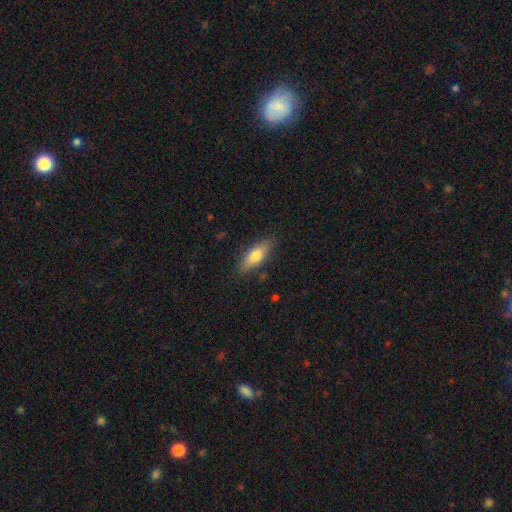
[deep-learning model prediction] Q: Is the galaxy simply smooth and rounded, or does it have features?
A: smooth — 71%.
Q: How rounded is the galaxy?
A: in between — 65%.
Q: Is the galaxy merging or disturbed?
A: none — 83%.